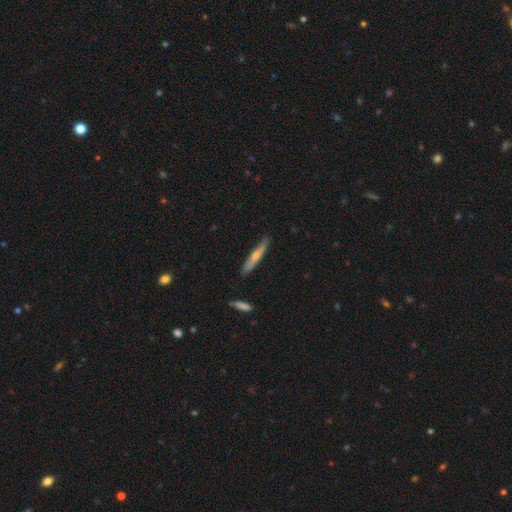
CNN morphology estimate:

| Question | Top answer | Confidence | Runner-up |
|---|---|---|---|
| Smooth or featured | featured or disk | 53% | smooth (41%) |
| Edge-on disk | yes | 93% | no (7%) |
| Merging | none | 85% | minor disturbance (11%) |